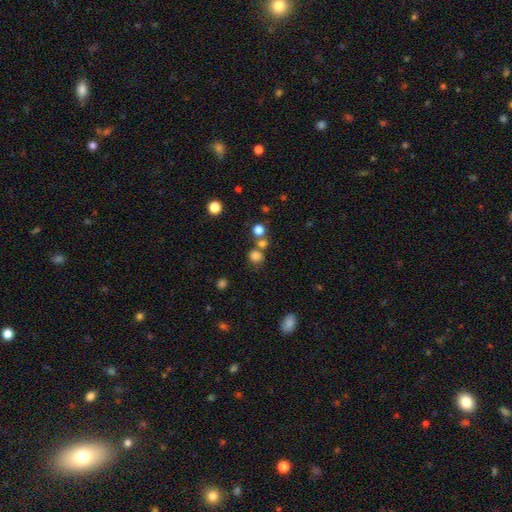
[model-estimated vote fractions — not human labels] smooth_or_featured: smooth (p=0.77) [alt: star or artifact p=0.16]
how_rounded: round (p=0.82) [alt: in between p=0.17]
merging: none (p=0.59) [alt: merger p=0.25]